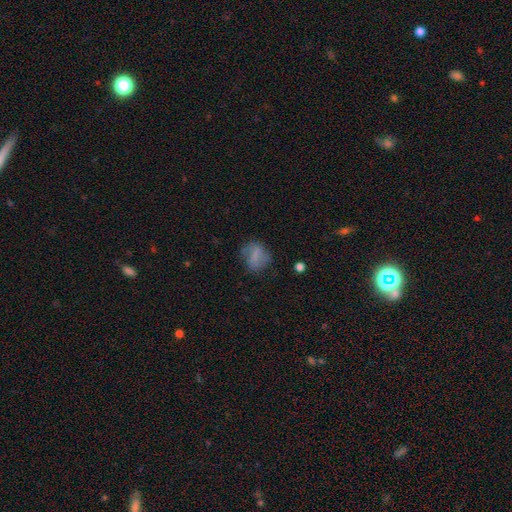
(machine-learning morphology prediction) A smooth galaxy with no disk features (58%) that is round (55%).

Vote fractions:
- Smooth or featured? smooth: 58% / featured or disk: 32% / star or artifact: 10%
- How rounded? round: 55% / in between: 43% / cigar-shaped: 2%
- Merging? none: 62% / minor disturbance: 24% / major disturbance: 12% / merger: 2%